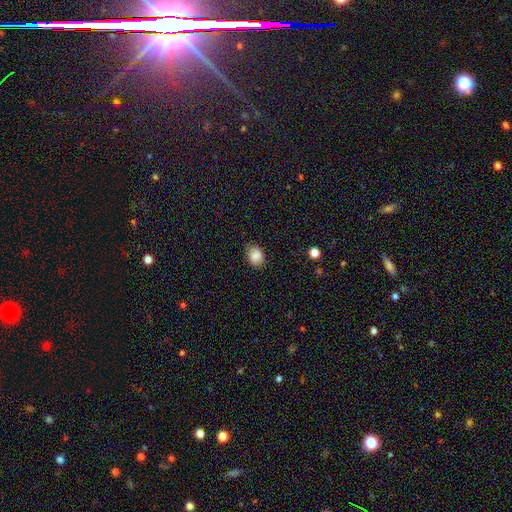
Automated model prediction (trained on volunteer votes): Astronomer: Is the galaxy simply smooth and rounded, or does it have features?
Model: smooth — 86%.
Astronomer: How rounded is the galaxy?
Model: in between — 63%.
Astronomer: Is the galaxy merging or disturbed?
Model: none — 83%.